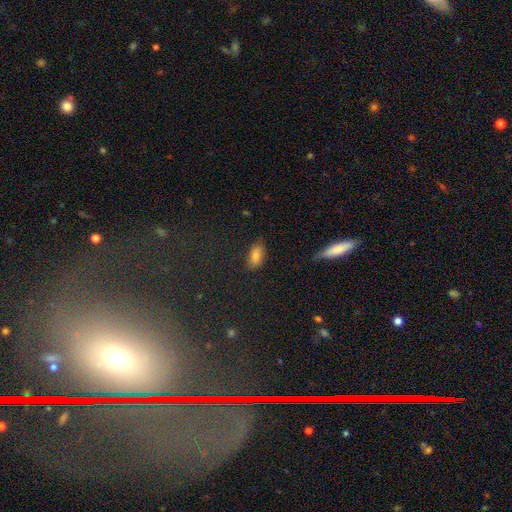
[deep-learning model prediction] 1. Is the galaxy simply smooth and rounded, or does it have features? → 77% smooth, 13% star or artifact, 10% featured or disk.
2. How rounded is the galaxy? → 91% in between, 5% cigar-shaped, 4% round.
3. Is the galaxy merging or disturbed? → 71% none, 22% minor disturbance, 5% major disturbance, 2% merger.